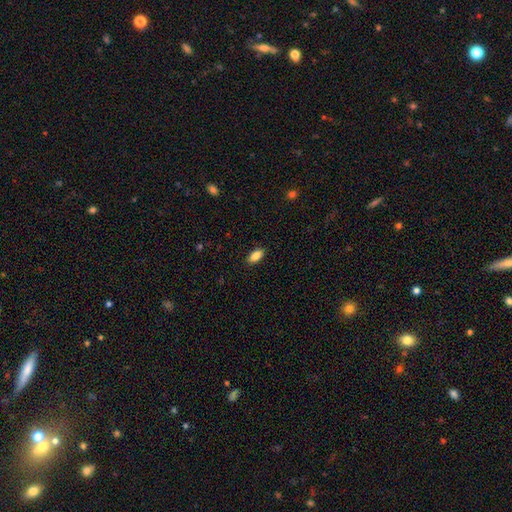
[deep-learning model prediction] Overall: smooth (87%). How rounded: in between (90%). Merging: none (89%).